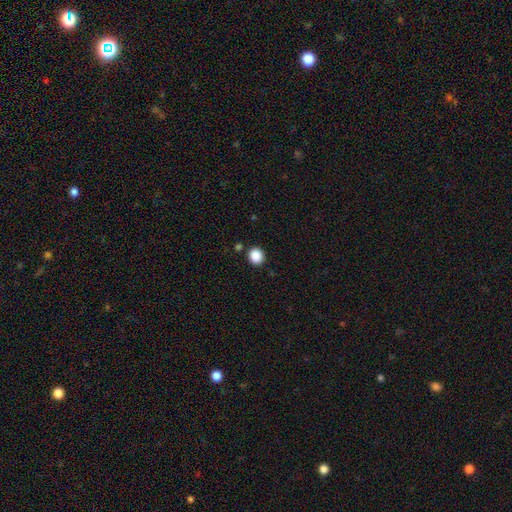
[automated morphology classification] smooth_or_featured: smooth (p=0.88) [alt: star or artifact p=0.09]
how_rounded: round (p=0.80) [alt: in between p=0.19]
merging: none (p=0.88) [alt: minor disturbance p=0.07]